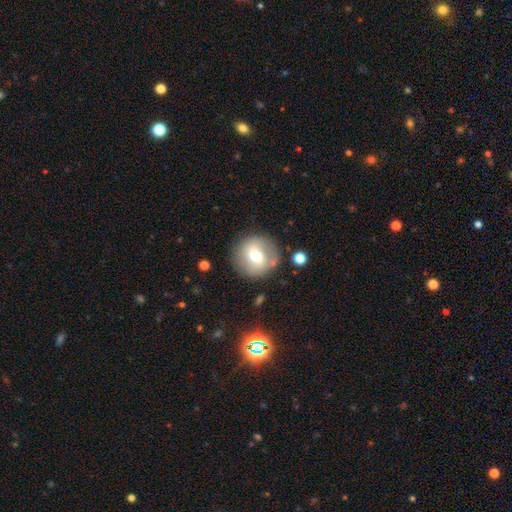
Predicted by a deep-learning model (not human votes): This appears to be a smooth galaxy with no disk features (59%) that is round (94%). Merging: none (82%).